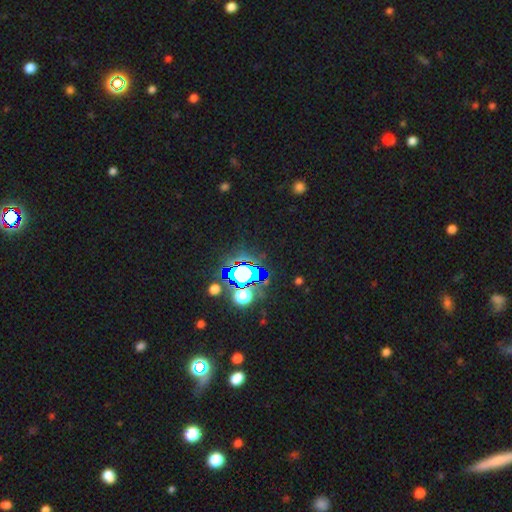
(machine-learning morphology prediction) Smooth or featured? star or artifact (82%)